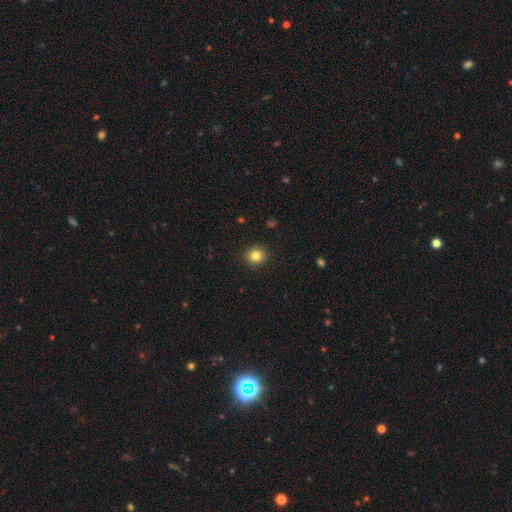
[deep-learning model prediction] smooth-or-featured: smooth: 83% | star or artifact: 11% | featured or disk: 6%
  how-rounded: round: 91% | in between: 8% | cigar-shaped: 1%
  merging: none: 92% | minor disturbance: 5% | major disturbance: 2% | merger: 1%